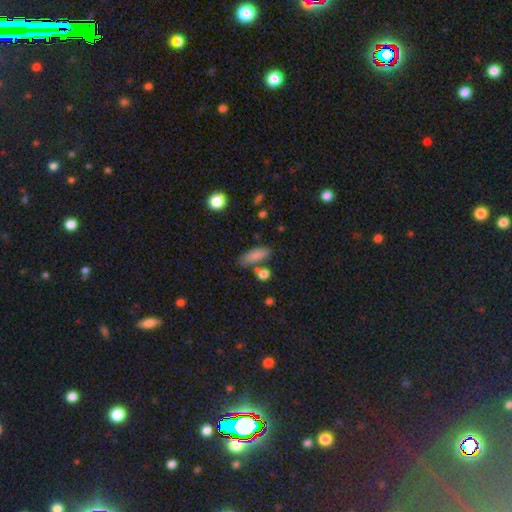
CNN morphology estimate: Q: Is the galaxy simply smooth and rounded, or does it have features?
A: smooth — 83%.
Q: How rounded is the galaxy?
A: in between — 64%.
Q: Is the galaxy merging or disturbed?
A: none — 68%.